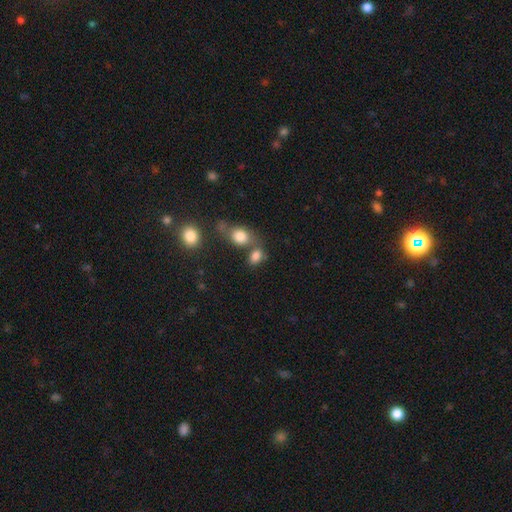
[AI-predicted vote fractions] A smooth galaxy with no disk features (81%) that is in between round and cigar-shaped (72%). Merging: none (46%).